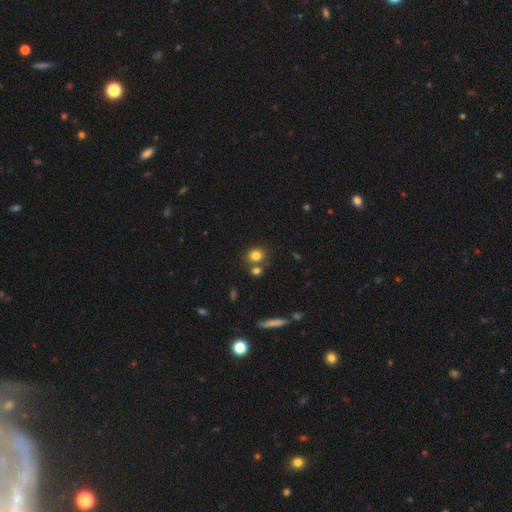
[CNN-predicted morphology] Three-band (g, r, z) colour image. It shows a smooth galaxy with no disk features (80%) that is round (71%). Merging: none (65%).